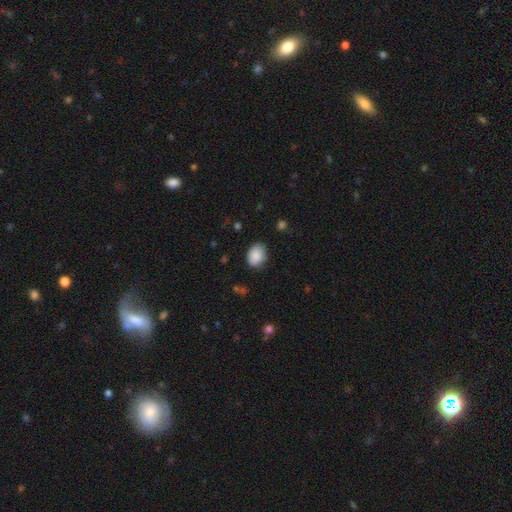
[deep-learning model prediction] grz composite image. It shows a smooth galaxy with no disk features (88%) that is in between round and cigar-shaped (69%). Merging: none (78%).